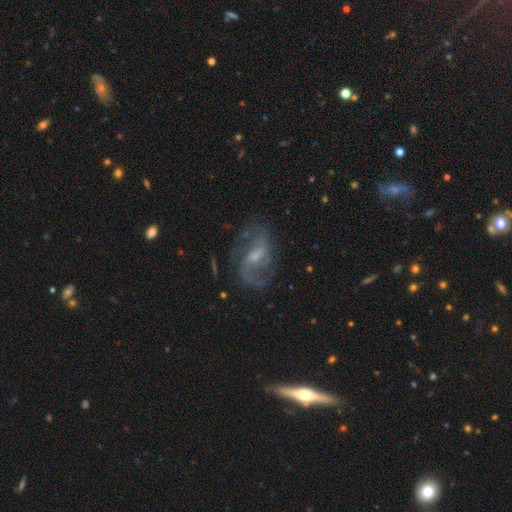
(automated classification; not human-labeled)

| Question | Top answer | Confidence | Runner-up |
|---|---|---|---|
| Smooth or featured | featured or disk | 84% | smooth (9%) |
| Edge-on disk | no | 97% | yes (3%) |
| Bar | weak | 58% | no (25%) |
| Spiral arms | yes | 95% | no (5%) |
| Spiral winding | medium | 46% | loose (41%) |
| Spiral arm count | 2 | 77% | can't tell (9%) |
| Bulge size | small | 44% | moderate (39%) |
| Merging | none | 69% | minor disturbance (18%) |